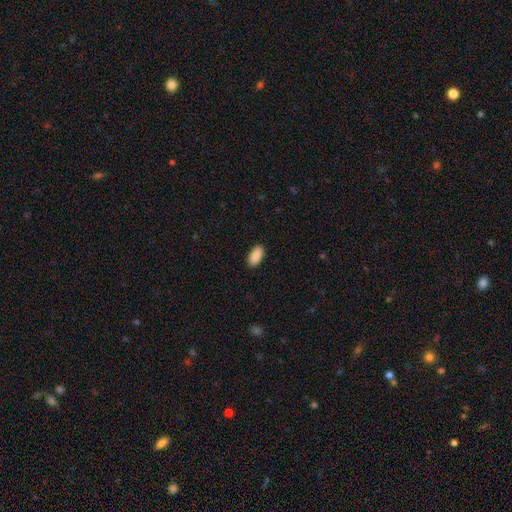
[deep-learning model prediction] Smooth or featured? Predicted: smooth (p=0.90). How rounded? Predicted: in between (p=0.92). Merging? Predicted: none (p=0.89).